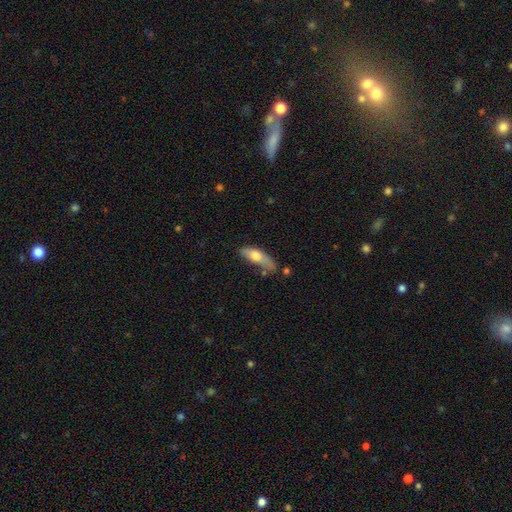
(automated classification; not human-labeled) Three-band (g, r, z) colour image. It shows a smooth galaxy with no disk features (67%) that is in between round and cigar-shaped (58%). Merging: none (46%).